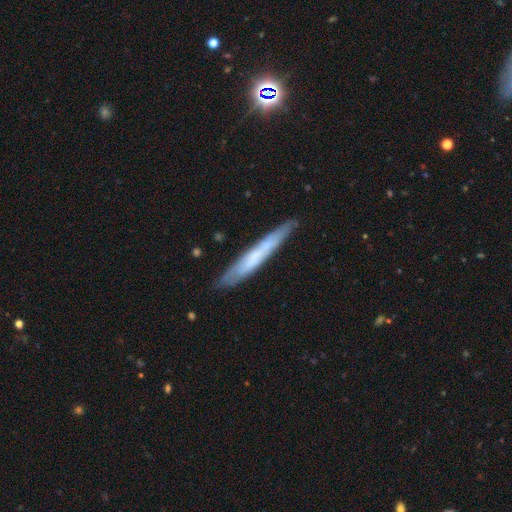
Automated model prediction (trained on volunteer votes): Smooth or featured? featured or disk (48%)
Merging? none (82%)